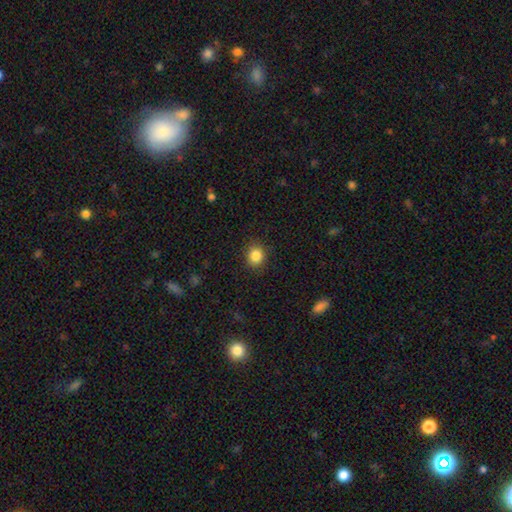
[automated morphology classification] This is clearly a smooth galaxy (85%). How rounded: likely round (78%). Merging: clearly none (88%).